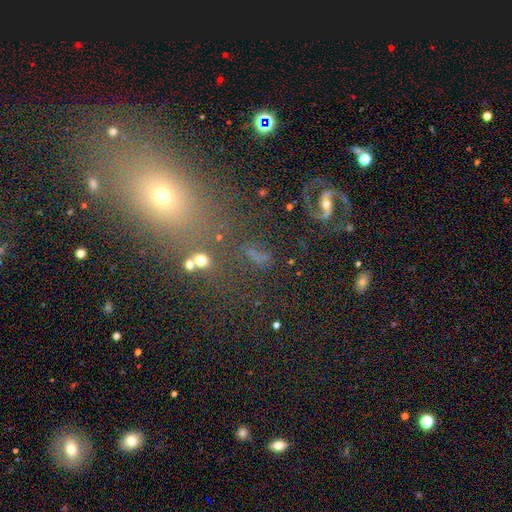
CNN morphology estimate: This is marginally a smooth galaxy (36%). Merging: likely none (64%).